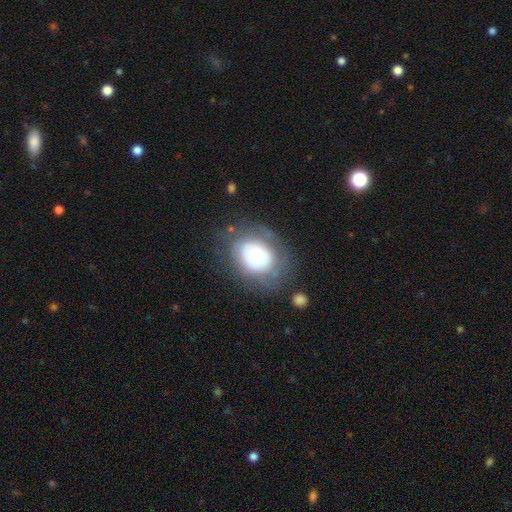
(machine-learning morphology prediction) smooth-or-featured: smooth: 59% | featured or disk: 31% | star or artifact: 10%
  how-rounded: in between: 55% | round: 44% | cigar-shaped: 1%
  merging: none: 58% | minor disturbance: 23% | major disturbance: 16% | merger: 4%